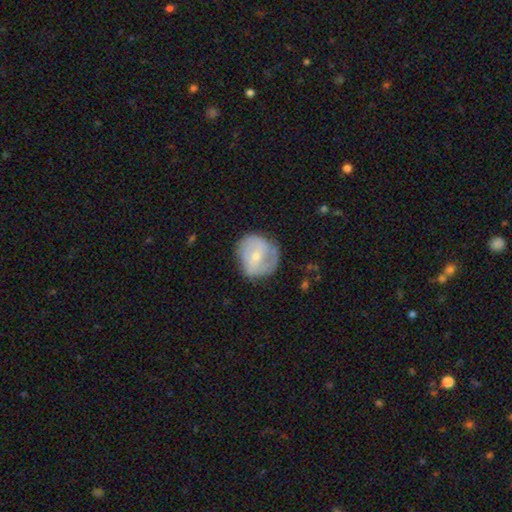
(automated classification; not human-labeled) Smooth or featured? featured or disk (63%)
Edge-on disk? no (97%)
Bar? weak (44%)
Spiral arms? yes (82%)
Bulge size? small (62%)
Merging? none (70%)